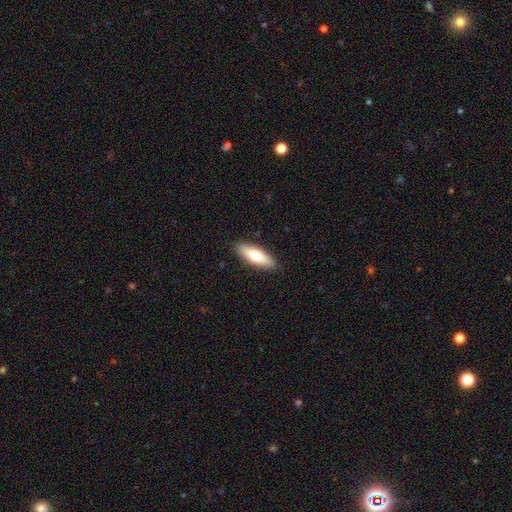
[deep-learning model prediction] smooth_or_featured: smooth (p=0.71) [alt: featured or disk p=0.23]
how_rounded: in between (p=0.54) [alt: cigar-shaped p=0.44]
merging: none (p=0.89) [alt: minor disturbance p=0.08]